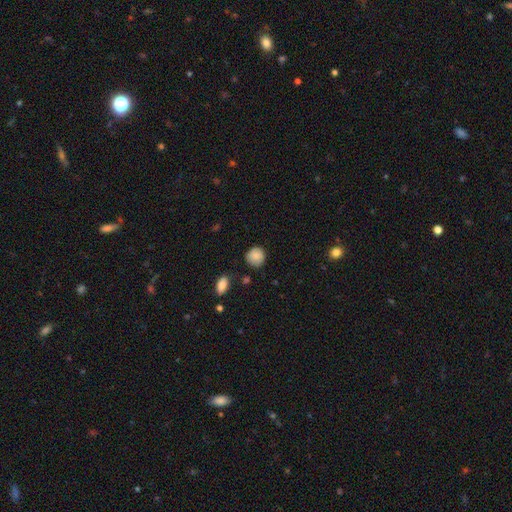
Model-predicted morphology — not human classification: Q: Smooth or featured?
A: smooth (85%); runner-up: star or artifact (8%)
Q: How rounded?
A: round (88%); runner-up: in between (11%)
Q: Merging?
A: none (81%); runner-up: minor disturbance (14%)